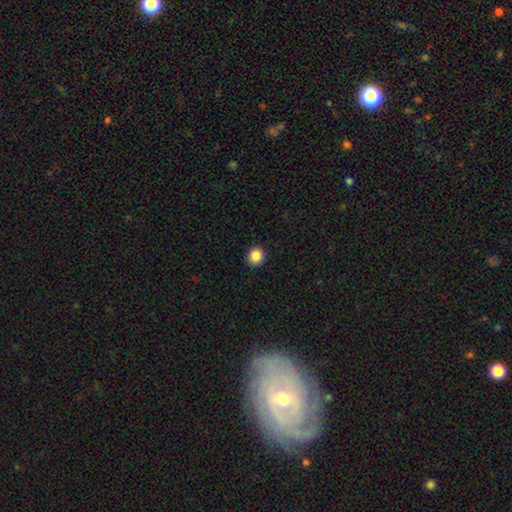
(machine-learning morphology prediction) type=smooth (87%); roundness=round (89%); merging=none (92%).